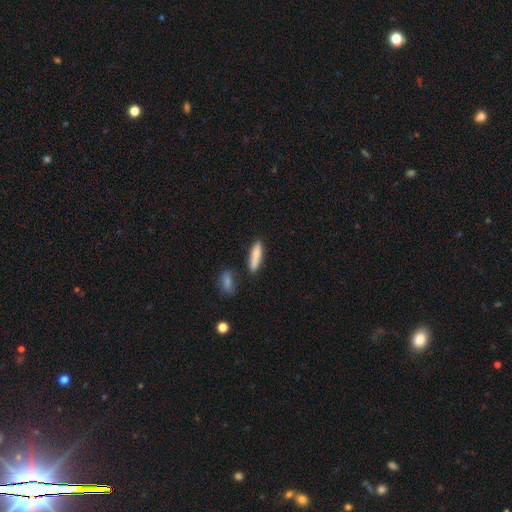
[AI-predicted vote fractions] smooth-or-featured: smooth: 82% | featured or disk: 12% | star or artifact: 6%
  how-rounded: cigar-shaped: 72% | in between: 26% | round: 2%
  merging: none: 80% | minor disturbance: 11% | merger: 6% | major disturbance: 3%